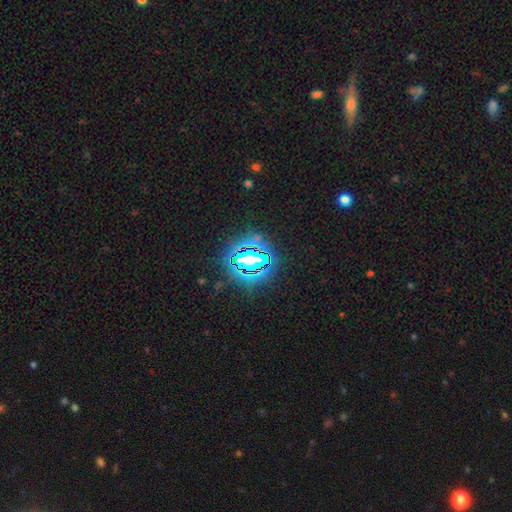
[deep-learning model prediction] Smooth or featured?
  - star or artifact: 82% *
  - smooth: 11%
  - featured or disk: 7%